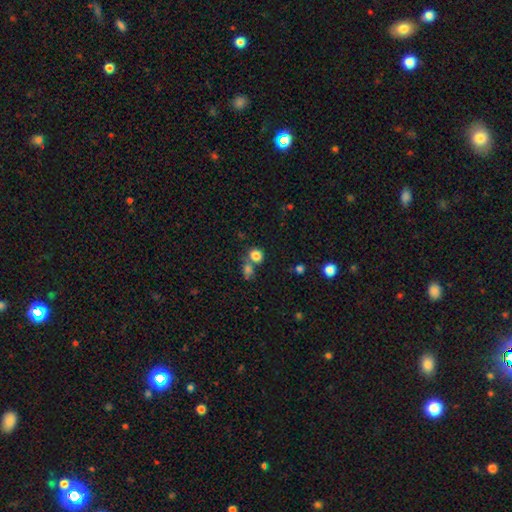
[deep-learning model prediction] A smooth galaxy with no disk features (81%) that is round (75%). Merging: none (54%).